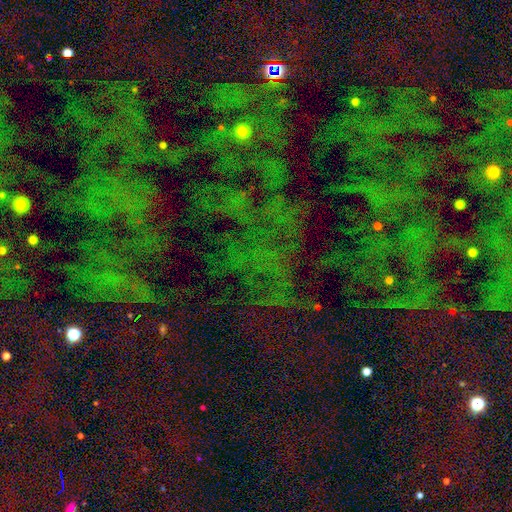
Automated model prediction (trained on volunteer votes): Q: Smooth or featured?
A: star or artifact (82%); runner-up: smooth (11%)